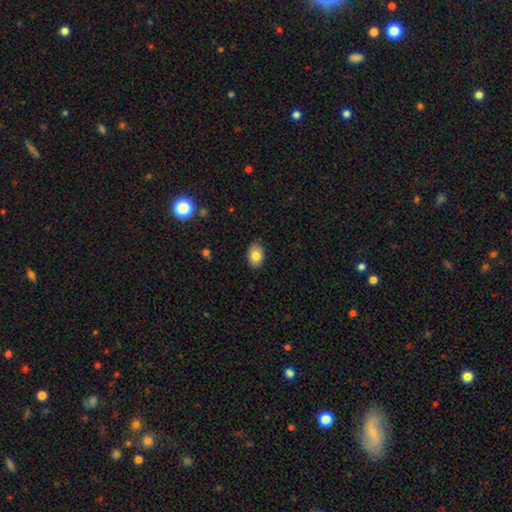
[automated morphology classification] type=smooth (83%); roundness=in between (85%); merging=none (87%).